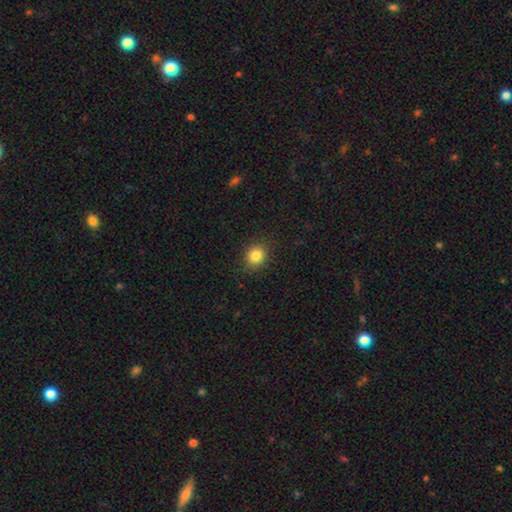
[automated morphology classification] A smooth galaxy with no disk features (85%) that is round (72%). Merging: none (86%).